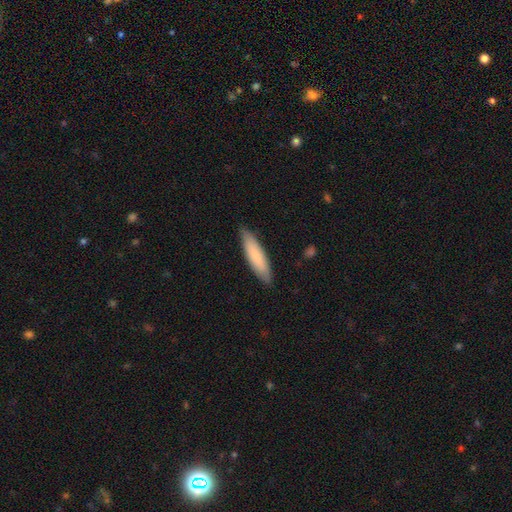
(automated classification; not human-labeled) Overall: smooth (80%). How rounded: cigar-shaped (72%). Merging: none (87%).